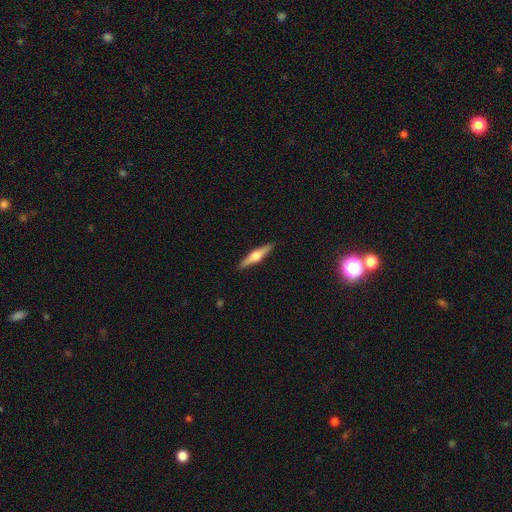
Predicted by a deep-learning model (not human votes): Overall: featured or disk (63%; smooth 32%). Edge-on disk: yes (97%). Edge-on bulge: rounded (91%). Merging: none (91%).